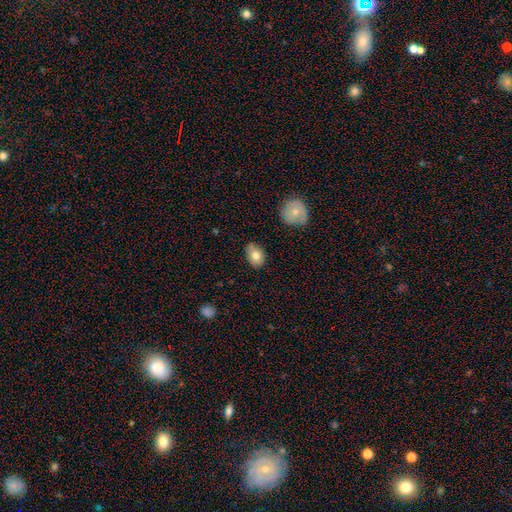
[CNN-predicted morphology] A smooth galaxy with no disk features (75%) that is in between round and cigar-shaped (75%).

Vote fractions:
- Smooth or featured? smooth: 75% / featured or disk: 17% / star or artifact: 8%
- How rounded? in between: 75% / round: 24% / cigar-shaped: 1%
- Merging? none: 77% / minor disturbance: 18% / major disturbance: 3% / merger: 2%